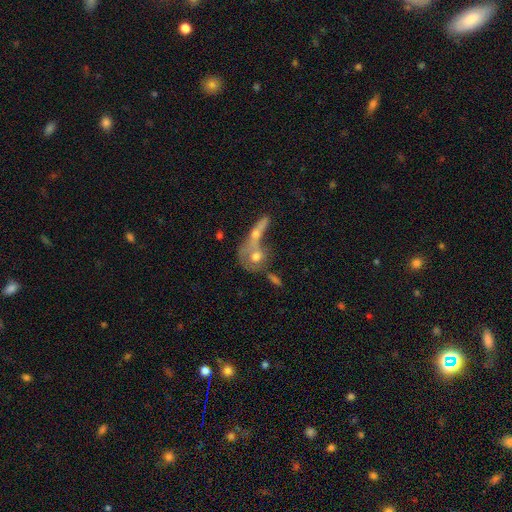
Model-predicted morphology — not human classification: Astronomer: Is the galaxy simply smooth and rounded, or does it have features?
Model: featured or disk — 47% (runner-up: smooth, 43%).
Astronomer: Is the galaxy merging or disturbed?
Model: merger — 56%.